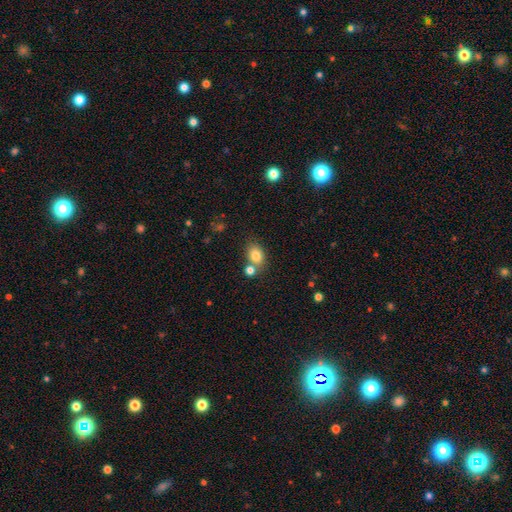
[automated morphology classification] smooth-or-featured: smooth: 81% | star or artifact: 10% | featured or disk: 9%
  how-rounded: in between: 65% | round: 33% | cigar-shaped: 1%
  merging: none: 60% | merger: 25% | minor disturbance: 12% | major disturbance: 4%